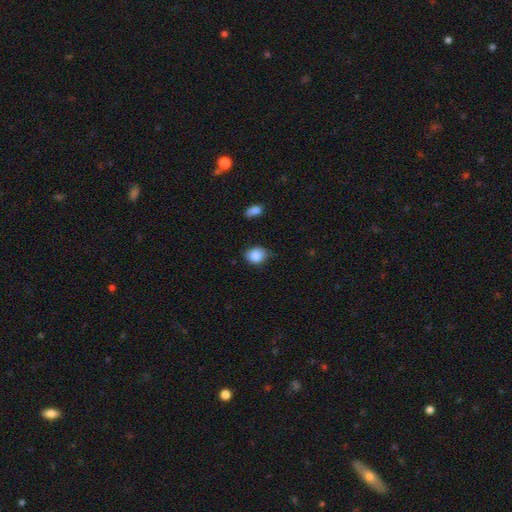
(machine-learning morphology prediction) Smooth or featured: smooth — 85% (star or artifact — 8%)
How rounded: in between — 50% (round — 49%)
Merging: none — 64% (minor disturbance — 30%)